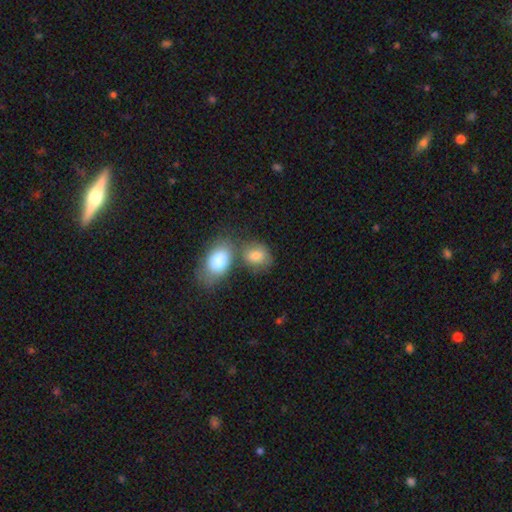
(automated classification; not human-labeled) The model was most divided on "merging": none: 43%, merger: 34%, minor disturbance: 16%, major disturbance: 7%. More confident: smooth or featured — smooth (80%); how rounded — in between (71%).